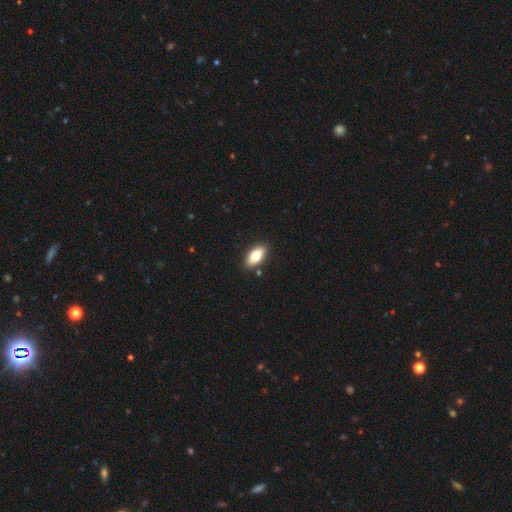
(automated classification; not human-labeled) Smooth or featured? Predicted: smooth (p=0.78). How rounded? Predicted: in between (p=0.90). Merging? Predicted: none (p=0.89).